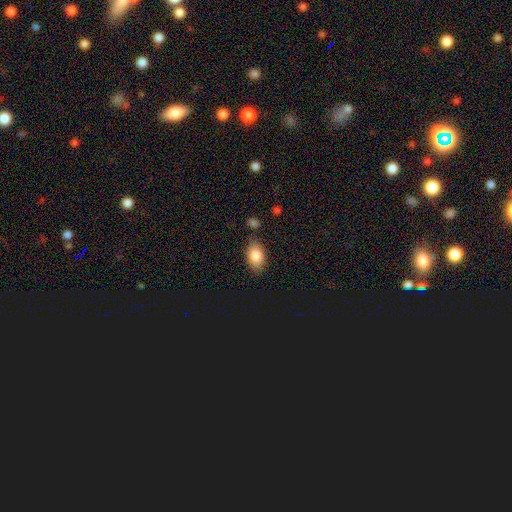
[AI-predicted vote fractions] Overall: smooth (84%). How rounded: in between (89%). Merging: none (77%).